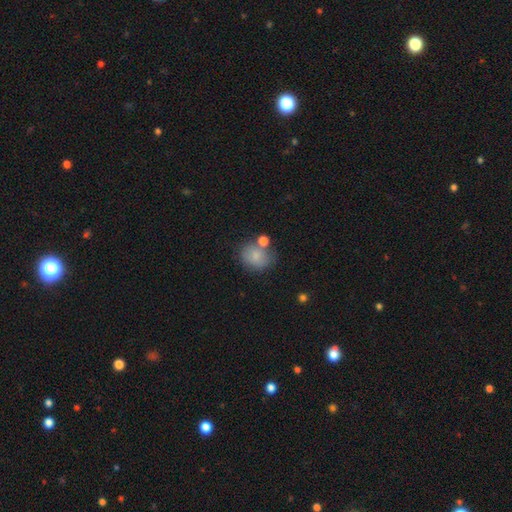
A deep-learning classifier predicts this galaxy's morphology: Smooth or featured: smooth — 79% (featured or disk — 11%)
How rounded: round — 64% (in between — 35%)
Merging: none — 57% (merger — 18%)